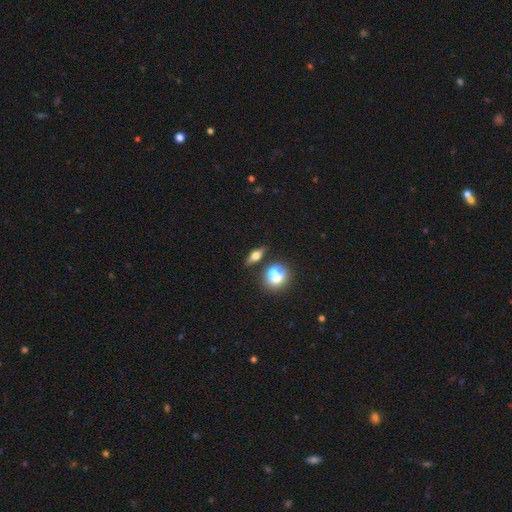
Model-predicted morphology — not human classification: A smooth galaxy with no disk features (51%) that is in between round and cigar-shaped (46%). Merging: none (83%).